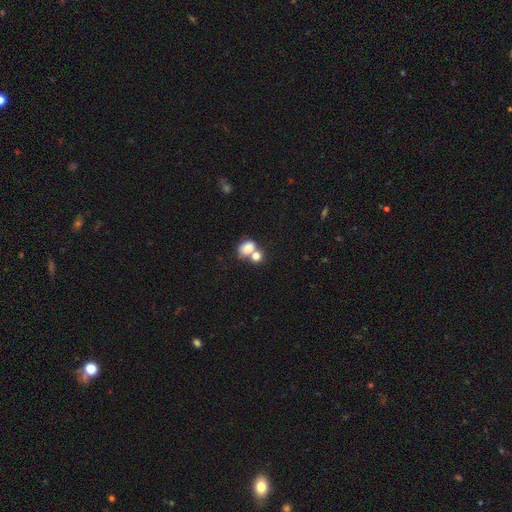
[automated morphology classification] smooth_or_featured: smooth (p=0.79) [alt: star or artifact p=0.11]
how_rounded: in between (p=0.52) [alt: round p=0.47]
merging: merger (p=0.55) [alt: none p=0.32]